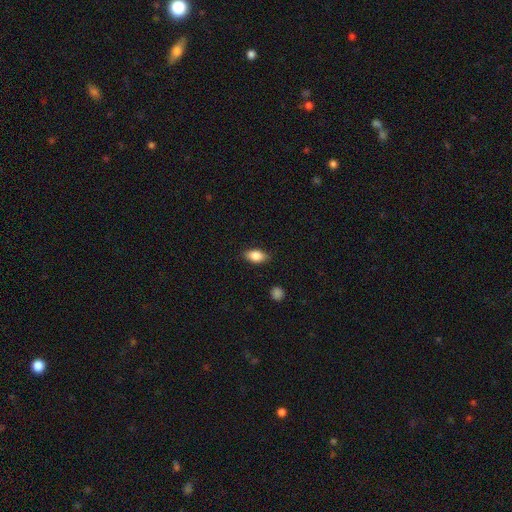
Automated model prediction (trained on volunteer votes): Smooth or featured? Predicted: smooth (p=0.84). How rounded? Predicted: in between (p=0.89). Merging? Predicted: none (p=0.85).